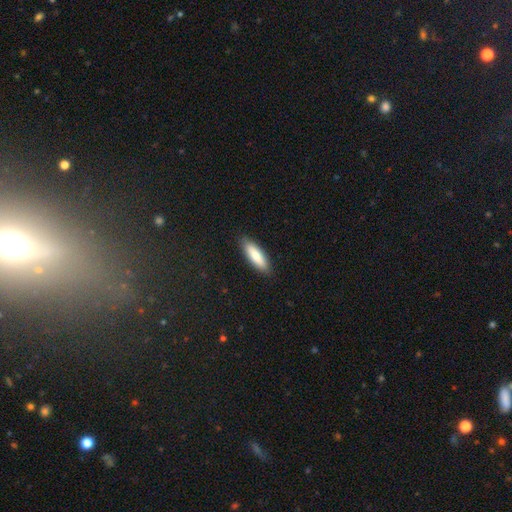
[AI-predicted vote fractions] Smooth or featured? Predicted: smooth (p=0.82). How rounded? Predicted: cigar-shaped (p=0.52). Merging? Predicted: none (p=0.88).